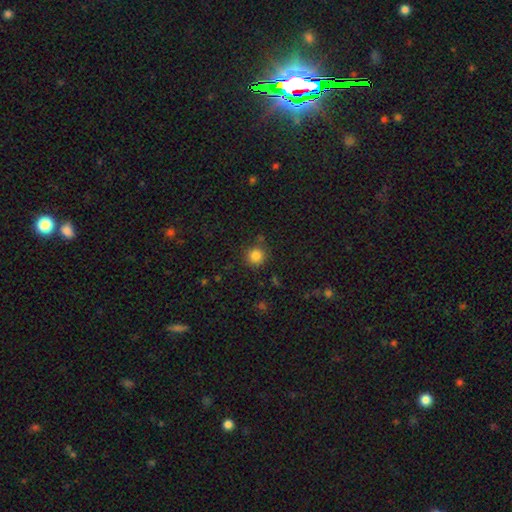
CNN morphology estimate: smooth-or-featured: smooth: 84% | star or artifact: 12% | featured or disk: 4%
  how-rounded: round: 94% | in between: 5% | cigar-shaped: 1%
  merging: none: 85% | minor disturbance: 8% | merger: 4% | major disturbance: 3%